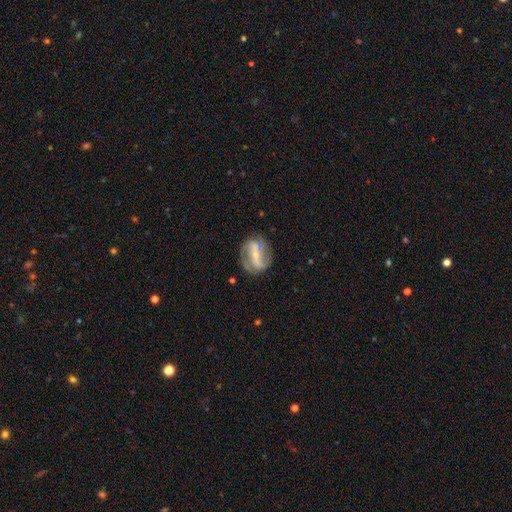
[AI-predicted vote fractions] Morphology: type=featured or disk (79%); edge-on=no (96%); bar=strong (59%); spiral arms=yes (86%); winding=medium (43%); arm count=2 (72%); bulge=small (65%); merging=none (69%).